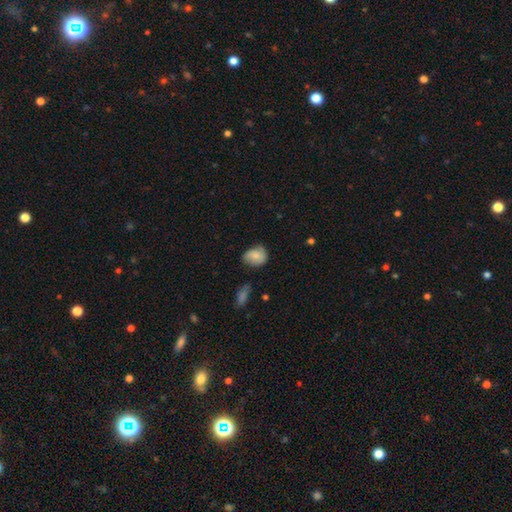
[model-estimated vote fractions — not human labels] This is likely a smooth galaxy (74%). How rounded: possibly in between (54%). Merging: possibly none (52%).